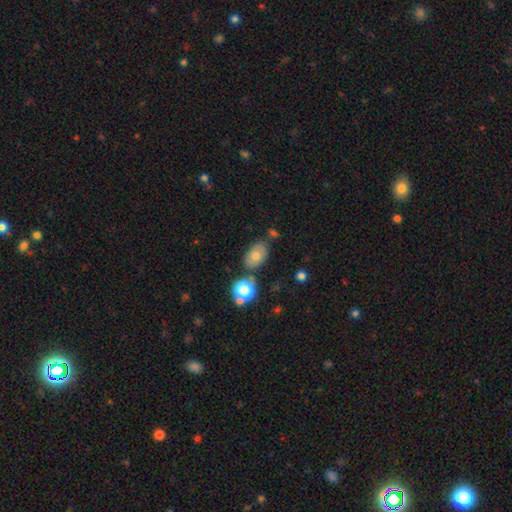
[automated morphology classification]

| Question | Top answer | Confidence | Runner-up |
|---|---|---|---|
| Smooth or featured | smooth | 70% | featured or disk (18%) |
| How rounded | in between | 83% | round (15%) |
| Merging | none | 68% | minor disturbance (17%) |